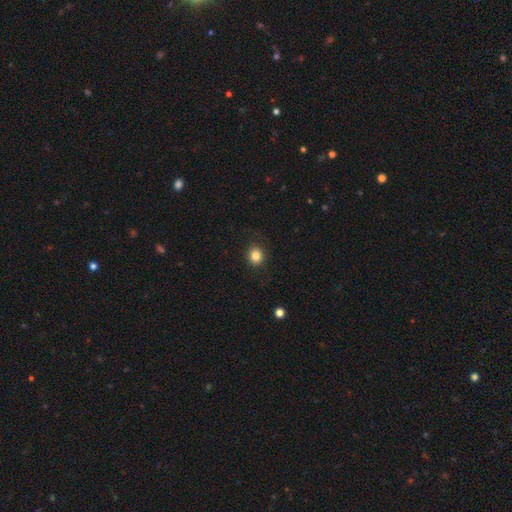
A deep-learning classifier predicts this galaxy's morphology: Smooth or featured? smooth (84%)
How rounded? round (78%)
Merging? none (88%)